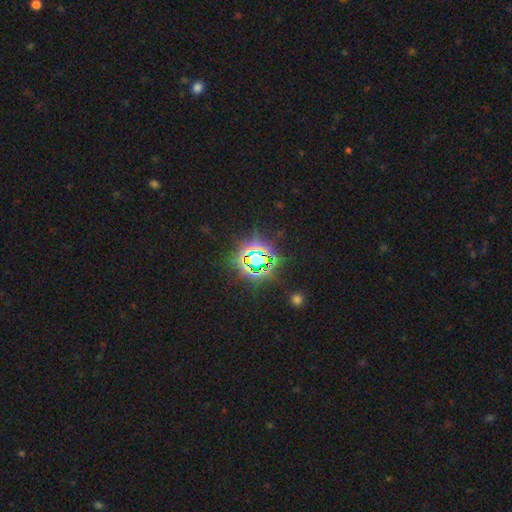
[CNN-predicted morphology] Overall: star or artifact (80%).